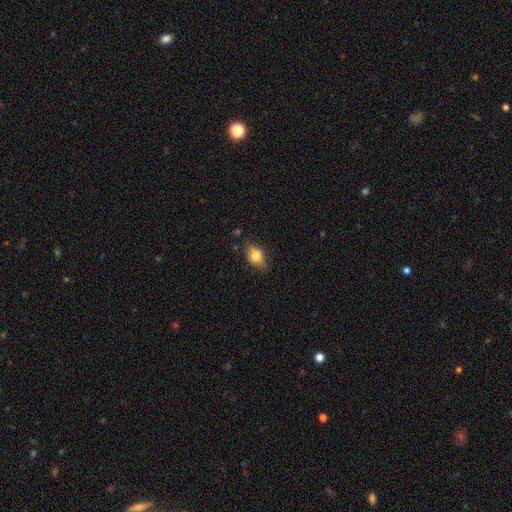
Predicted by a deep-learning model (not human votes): A smooth galaxy with no disk features (73%) that is in between round and cigar-shaped (77%). Merging: none (75%).